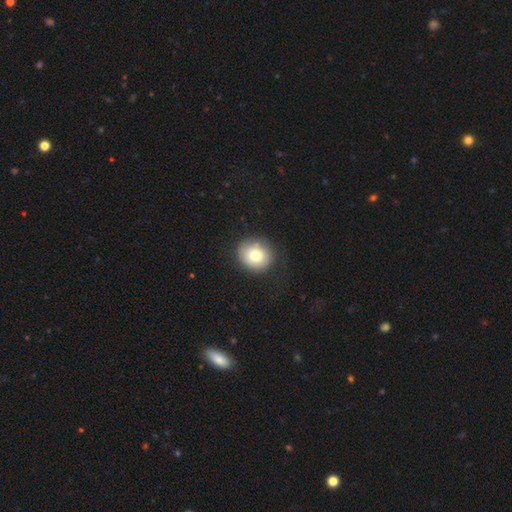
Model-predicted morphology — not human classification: Smooth or featured: smooth — 74% (featured or disk — 16%)
How rounded: round — 83% (in between — 16%)
Merging: none — 76% (minor disturbance — 16%)